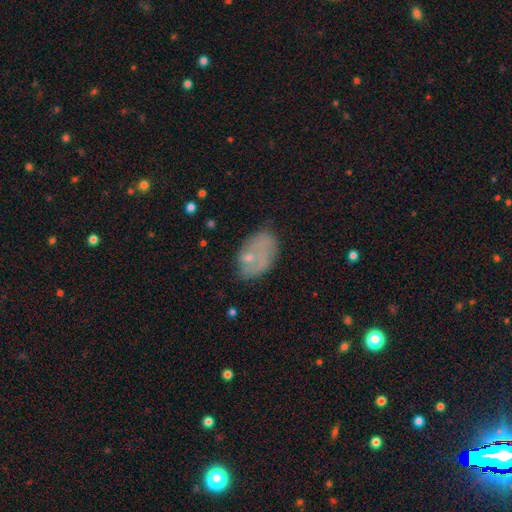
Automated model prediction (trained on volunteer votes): This appears to be a smooth galaxy with no disk features (48%). Merging: none (60%).